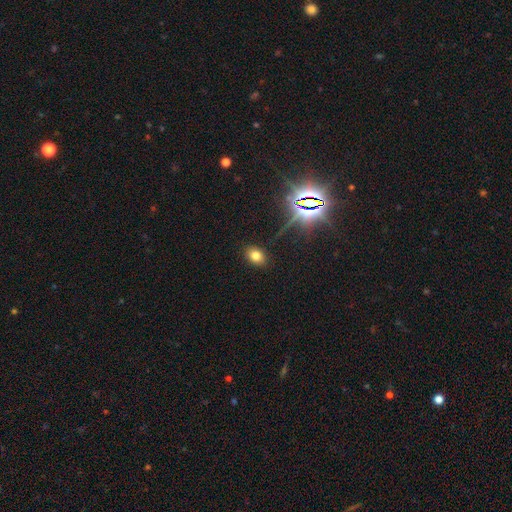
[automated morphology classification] This appears to be a smooth galaxy with no disk features (74%) that is in between round and cigar-shaped (70%). Merging: none (88%).